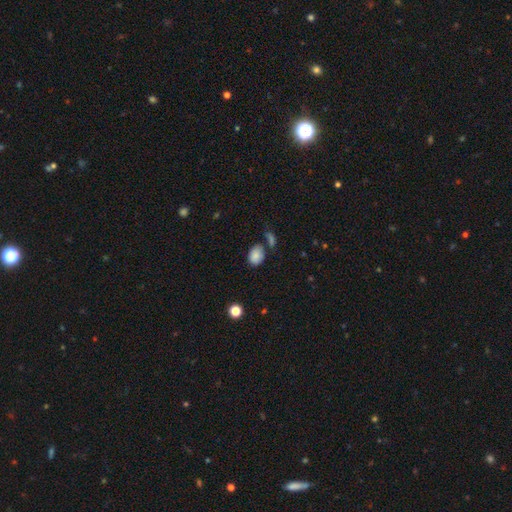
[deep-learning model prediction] smooth-or-featured: smooth: 85% | star or artifact: 9% | featured or disk: 7%
  how-rounded: in between: 71% | round: 28% | cigar-shaped: 1%
  merging: none: 65% | minor disturbance: 17% | merger: 13% | major disturbance: 6%